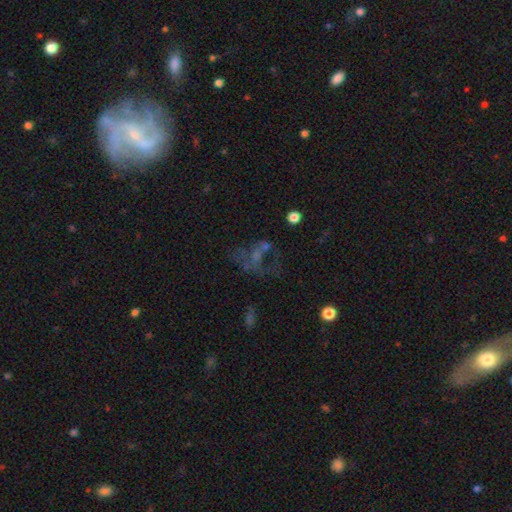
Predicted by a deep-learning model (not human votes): featured or disk 44%, star or artifact 31%, smooth 24%. Down the decision tree: merging — major disturbance (36%).